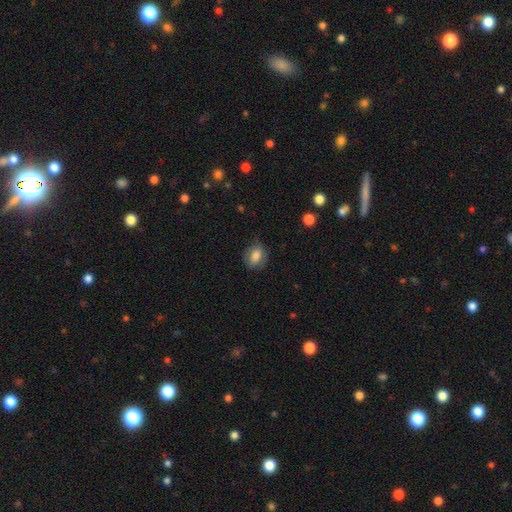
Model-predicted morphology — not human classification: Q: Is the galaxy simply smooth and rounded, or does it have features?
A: smooth — 79%.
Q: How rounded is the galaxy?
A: in between — 66%.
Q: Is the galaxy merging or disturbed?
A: none — 73%.